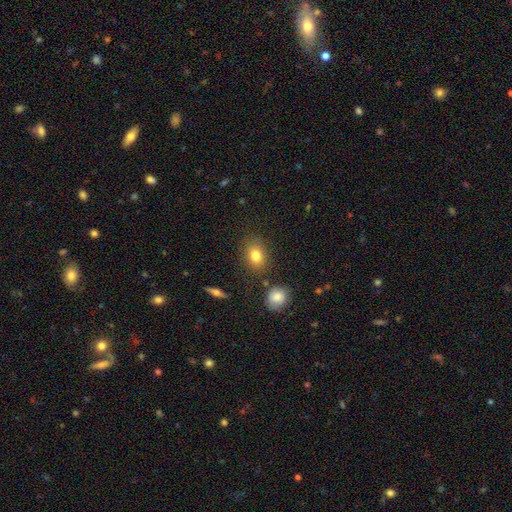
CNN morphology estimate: This appears to be a smooth galaxy with no disk features (80%) that is in between round and cigar-shaped (68%). Merging: none (80%).